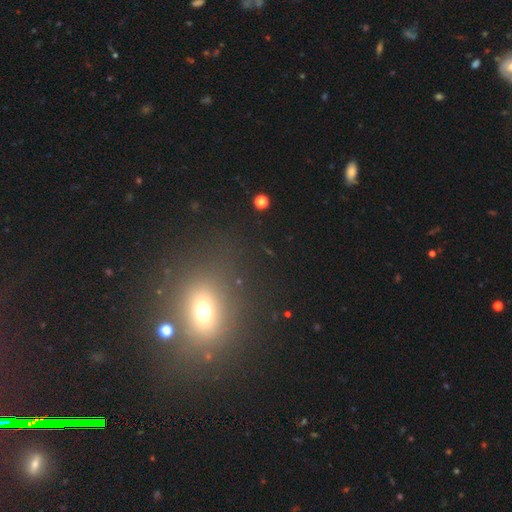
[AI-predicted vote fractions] Smooth or featured? smooth (48%)
Merging? none (82%)